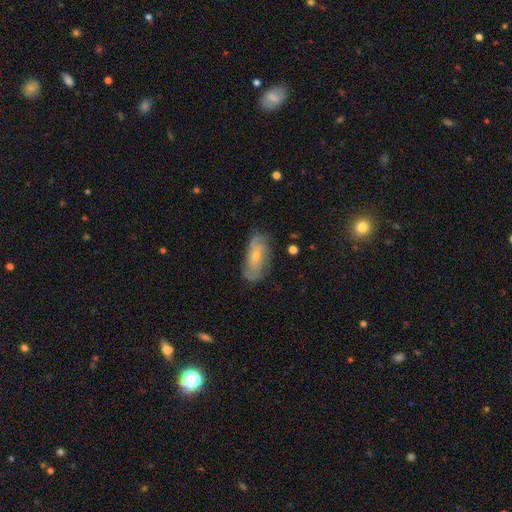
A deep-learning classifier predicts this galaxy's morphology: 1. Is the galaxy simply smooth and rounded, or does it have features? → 65% featured or disk, 26% smooth, 9% star or artifact.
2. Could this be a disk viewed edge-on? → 89% no, 11% yes.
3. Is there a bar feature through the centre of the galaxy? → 63% no, 30% weak, 7% strong.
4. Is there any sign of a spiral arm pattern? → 85% yes, 15% no.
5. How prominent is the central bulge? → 60% small, 35% moderate, 3% none, 1% large, 1% dominant.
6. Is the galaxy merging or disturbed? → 74% none, 19% minor disturbance, 6% major disturbance, 1% merger.